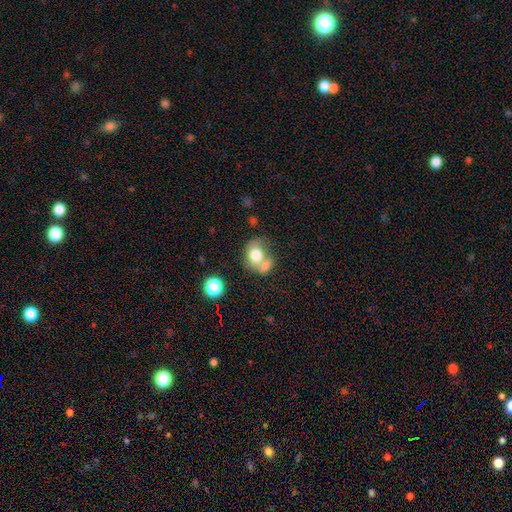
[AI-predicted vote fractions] Smooth or featured? smooth (73%)
How rounded? round (50%)
Merging? merger (49%)